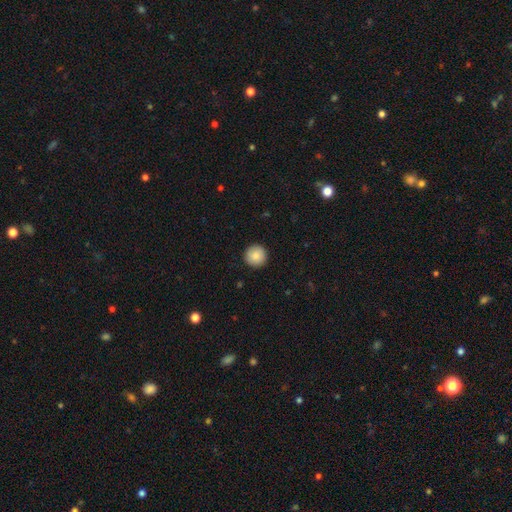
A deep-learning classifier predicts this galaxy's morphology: smooth 87%, star or artifact 8%, featured or disk 5%. Down the decision tree: how rounded — round (96%); merging — none (93%).